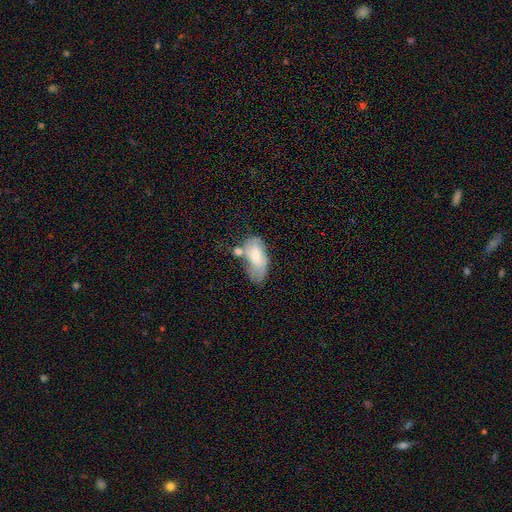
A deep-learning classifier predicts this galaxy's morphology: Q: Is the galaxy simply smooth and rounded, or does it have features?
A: smooth — 50%.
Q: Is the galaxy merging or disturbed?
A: none — 28%, tied with merger.